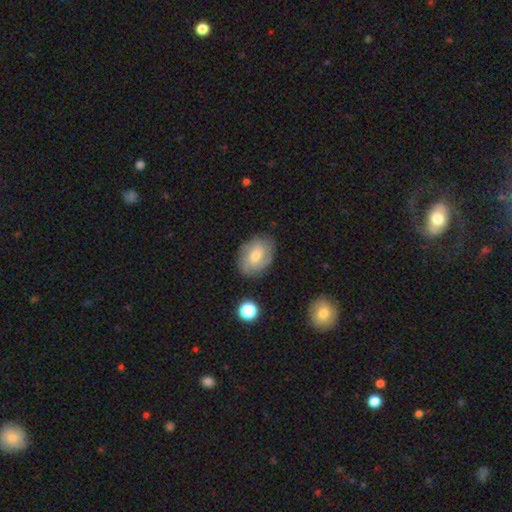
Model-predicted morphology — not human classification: This is possibly a featured or disk galaxy (60%). It is clearly not viewed edge-on (97%). Bar: possibly no (58%). Spiral arm pattern: clearly yes (88%). Spiral arm count: marginally 2 (35%). Spiral winding: possibly tight (50%). Central bulge: possibly moderate (57%). Merging: likely none (78%).